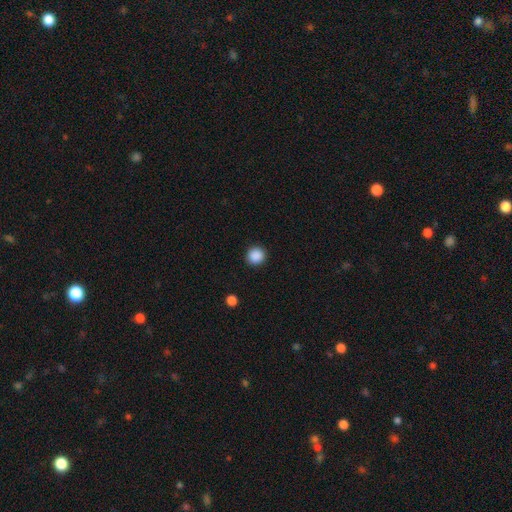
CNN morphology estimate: A smooth galaxy with no disk features (89%) that is round (93%).

Vote fractions:
- Smooth or featured? smooth: 89% / star or artifact: 9% / featured or disk: 2%
- How rounded? round: 93% / in between: 6% / cigar-shaped: 1%
- Merging? none: 92% / minor disturbance: 5% / major disturbance: 2% / merger: 1%